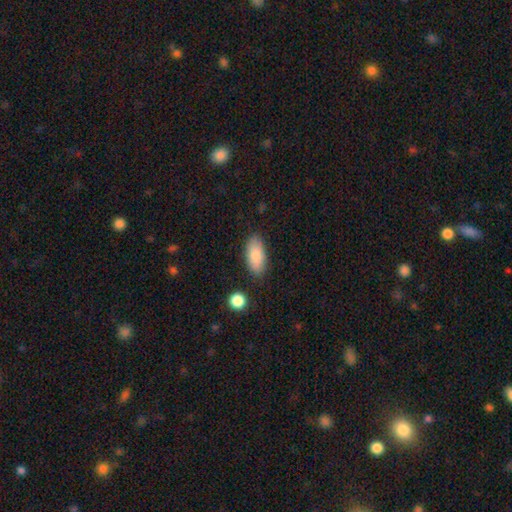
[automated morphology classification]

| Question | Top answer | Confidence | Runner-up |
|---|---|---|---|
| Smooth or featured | smooth | 85% | featured or disk (9%) |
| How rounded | in between | 89% | cigar-shaped (8%) |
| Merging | none | 82% | minor disturbance (12%) |